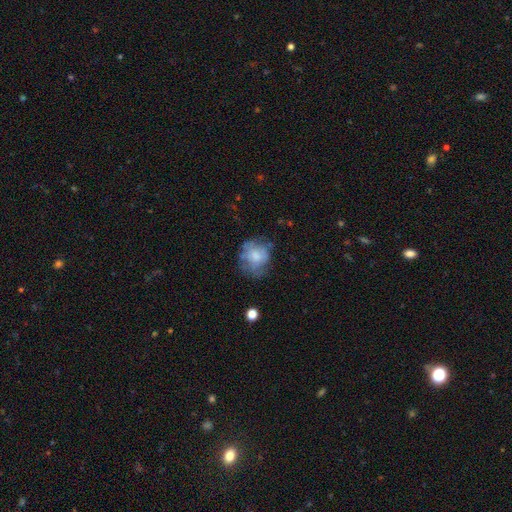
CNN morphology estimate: Smooth or featured: smooth — 54% (featured or disk — 36%)
How rounded: round — 71% (in between — 28%)
Merging: none — 53% (minor disturbance — 26%)